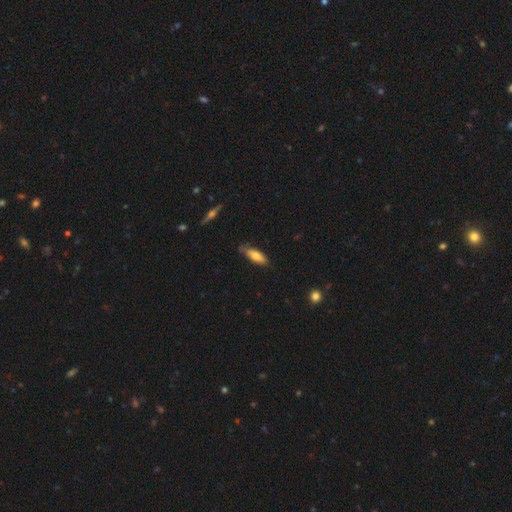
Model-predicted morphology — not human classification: smooth_or_featured: smooth (p=0.73) [alt: featured or disk p=0.21]
how_rounded: in between (p=0.54) [alt: cigar-shaped p=0.45]
merging: none (p=0.69) [alt: minor disturbance p=0.24]